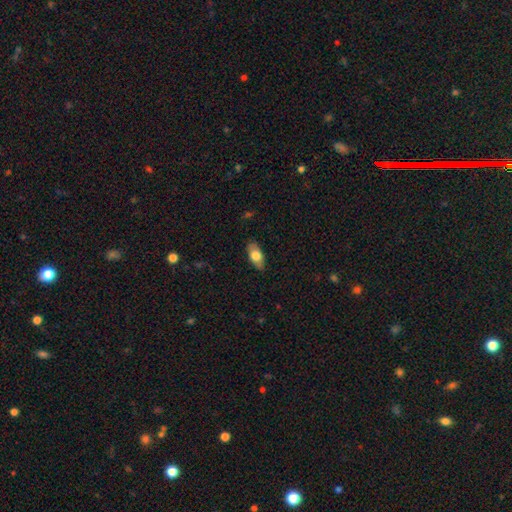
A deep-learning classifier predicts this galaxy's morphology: smooth_or_featured: smooth (p=0.72) [alt: featured or disk p=0.21]
how_rounded: in between (p=0.88) [alt: cigar-shaped p=0.08]
merging: none (p=0.86) [alt: minor disturbance p=0.11]